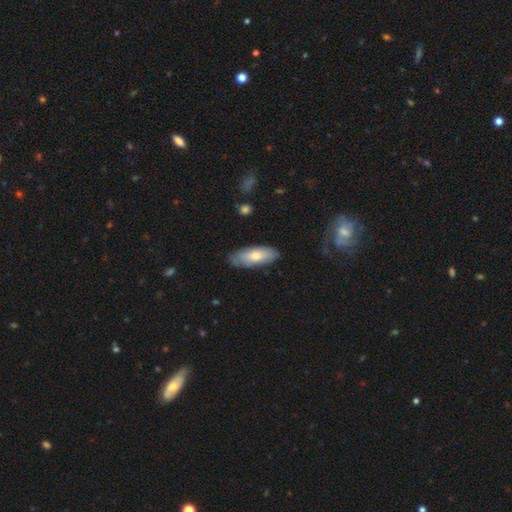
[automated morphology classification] smooth 65%, featured or disk 29%, star or artifact 6%. Down the decision tree: how rounded — in between (71%); merging — none (78%).